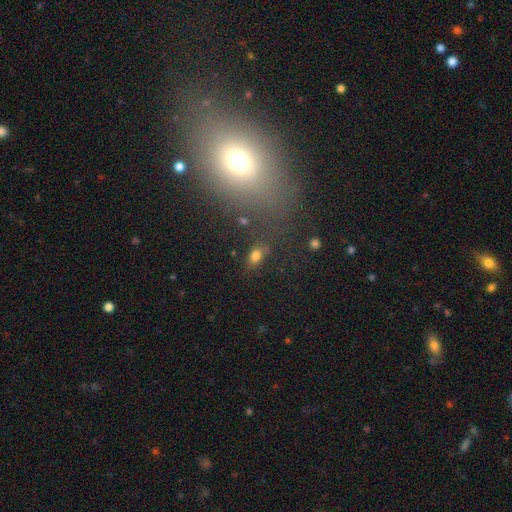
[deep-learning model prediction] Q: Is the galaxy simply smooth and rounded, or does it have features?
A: smooth — 78%.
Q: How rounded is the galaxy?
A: in between — 81%.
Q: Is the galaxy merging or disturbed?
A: none — 70%.